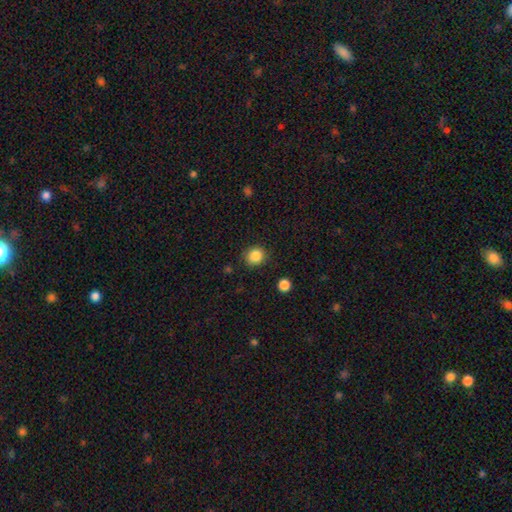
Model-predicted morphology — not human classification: Overall: smooth (86%). How rounded: round (84%). Merging: none (85%).